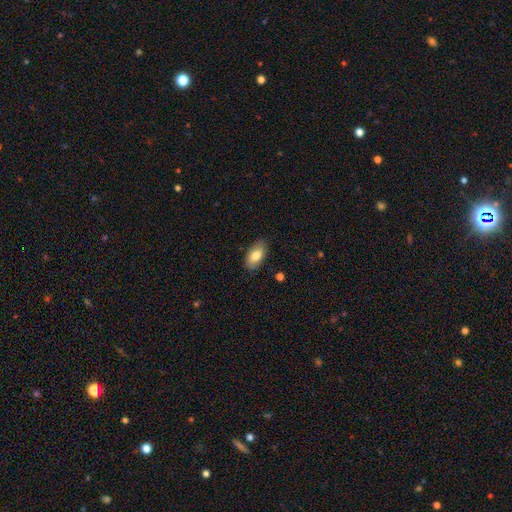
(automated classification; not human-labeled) A smooth galaxy with no disk features (78%) that is in between round and cigar-shaped (92%). Merging: none (85%).